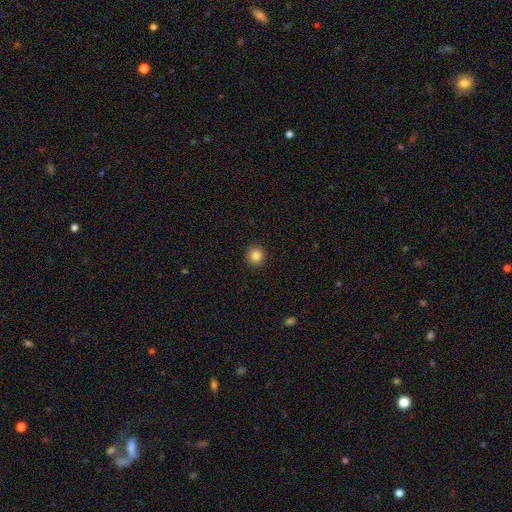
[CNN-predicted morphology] Smooth or featured? smooth (85%)
How rounded? round (94%)
Merging? none (93%)